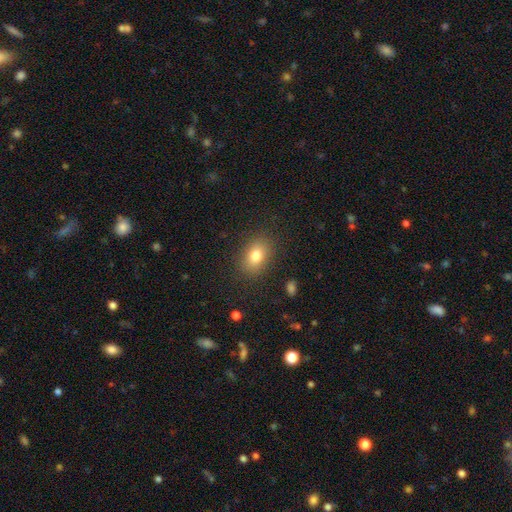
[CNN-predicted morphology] type=smooth (80%); roundness=in between (76%); merging=none (85%).